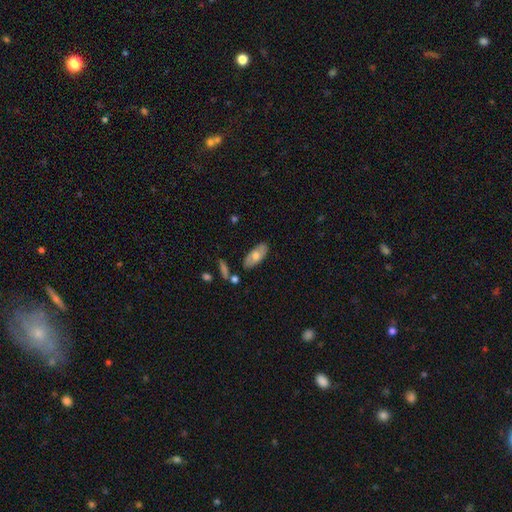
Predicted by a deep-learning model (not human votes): This is likely a smooth galaxy (60%). How rounded: clearly in between (85%). Merging: likely none (79%).